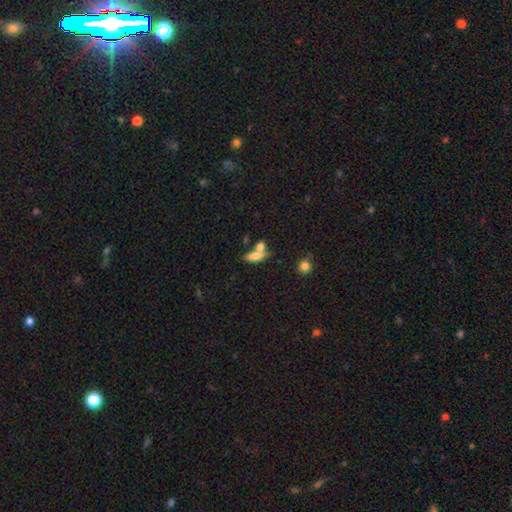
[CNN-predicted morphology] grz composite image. It shows a smooth galaxy with no disk features (68%) that is in between round and cigar-shaped (69%). Merging: merger (42%).